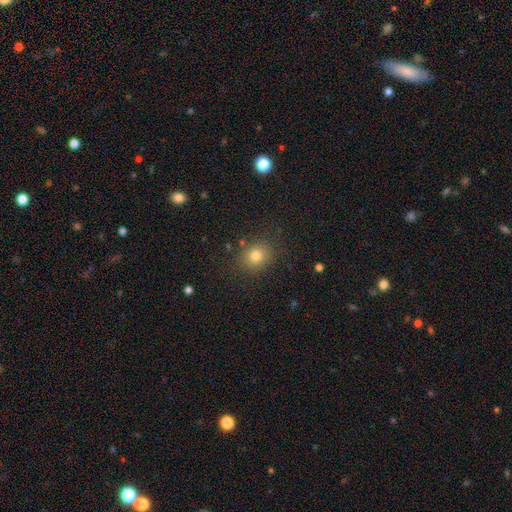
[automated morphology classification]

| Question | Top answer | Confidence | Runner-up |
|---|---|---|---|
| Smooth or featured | smooth | 78% | star or artifact (14%) |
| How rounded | round | 68% | in between (31%) |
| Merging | none | 85% | minor disturbance (10%) |